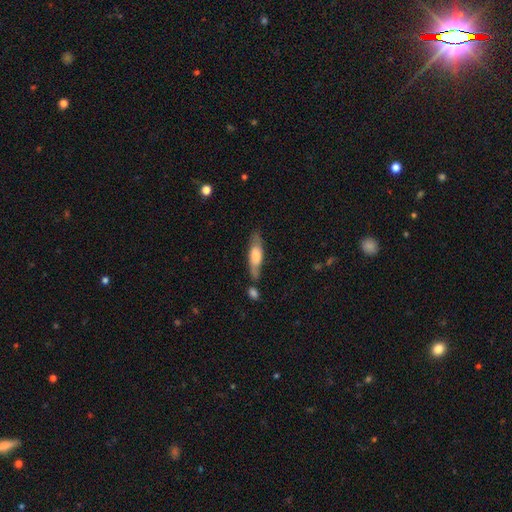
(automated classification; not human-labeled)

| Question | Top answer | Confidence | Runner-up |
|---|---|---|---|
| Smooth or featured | smooth | 58% | featured or disk (36%) |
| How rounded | cigar-shaped | 57% | in between (41%) |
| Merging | none | 66% | minor disturbance (19%) |